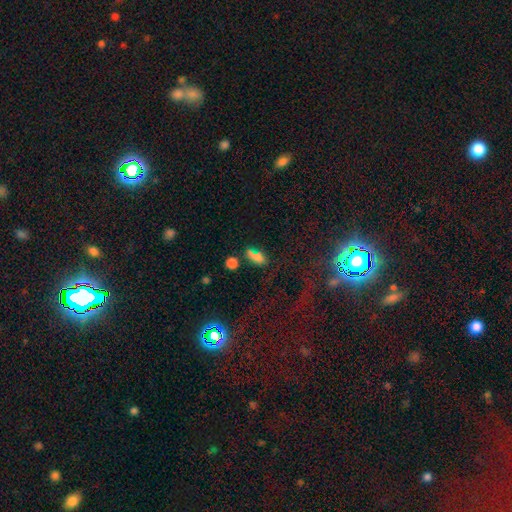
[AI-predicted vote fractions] smooth 67%, star or artifact 23%, featured or disk 10%. Down the decision tree: how rounded — in between (63%); merging — none (56%).